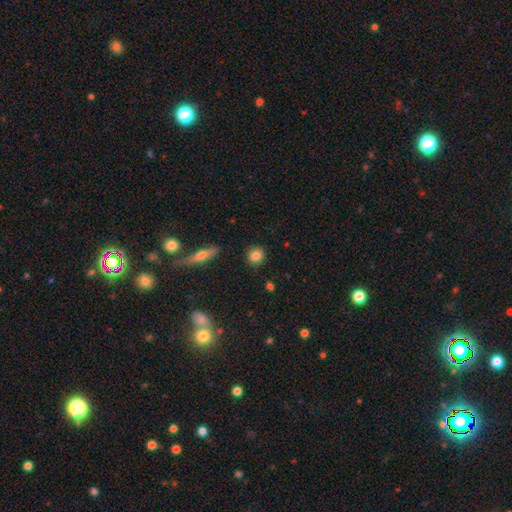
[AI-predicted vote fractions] Smooth or featured? Predicted: smooth (p=0.85). How rounded? Predicted: round (p=0.86). Merging? Predicted: none (p=0.88).